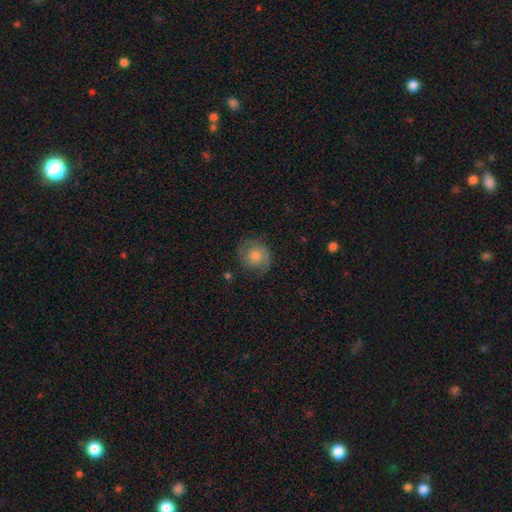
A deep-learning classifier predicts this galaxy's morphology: Q: Smooth or featured?
A: smooth (54%); runner-up: featured or disk (38%)
Q: How rounded?
A: round (81%); runner-up: in between (18%)
Q: Merging?
A: none (67%); runner-up: minor disturbance (21%)